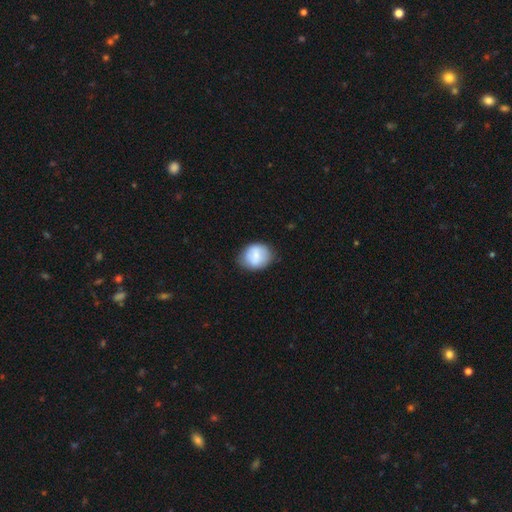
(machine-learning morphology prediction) Smooth or featured?
  - smooth: 70% *
  - featured or disk: 23%
  - star or artifact: 7%
How rounded?
  - round: 57% *
  - in between: 42%
  - cigar-shaped: 1%
Merging?
  - none: 73% *
  - minor disturbance: 20%
  - major disturbance: 5%
  - merger: 2%